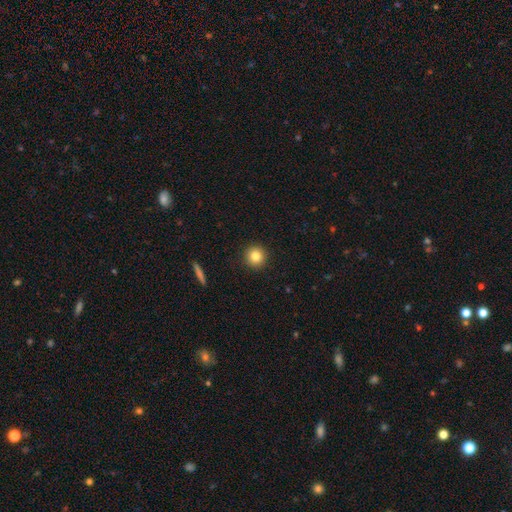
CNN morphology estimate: This appears to be a smooth galaxy with no disk features (82%) that is round (95%). Merging: none (93%).